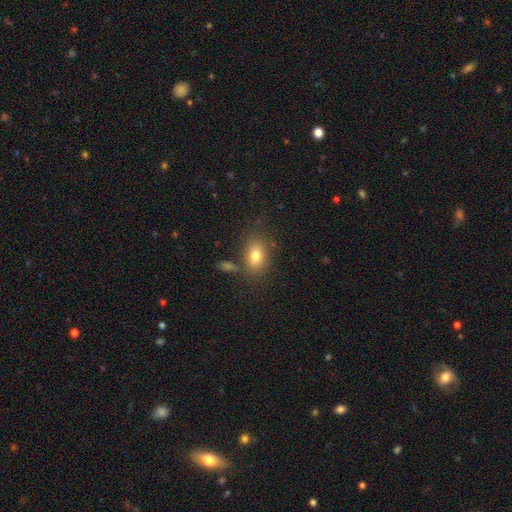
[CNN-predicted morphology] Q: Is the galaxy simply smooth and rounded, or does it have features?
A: smooth — 78%.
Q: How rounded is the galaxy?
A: in between — 78%.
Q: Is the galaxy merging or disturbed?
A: none — 72%.